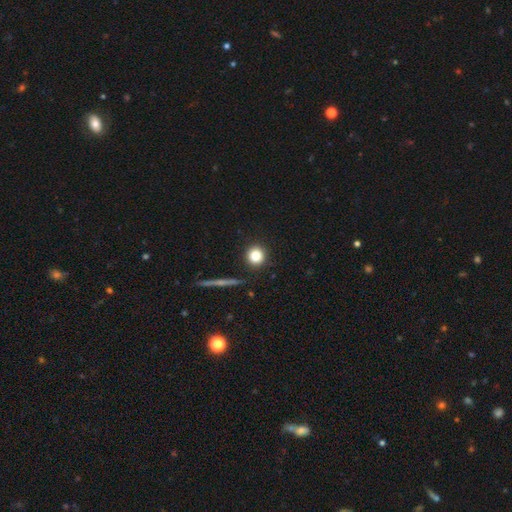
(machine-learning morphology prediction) This appears to be a smooth galaxy with no disk features (82%) that is round (91%). Merging: none (91%).